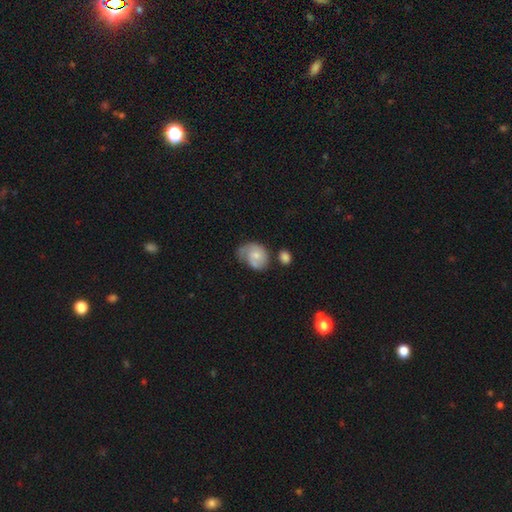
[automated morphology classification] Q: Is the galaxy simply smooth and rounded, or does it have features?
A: featured or disk — 49%.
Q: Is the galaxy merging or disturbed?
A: none — 34%.